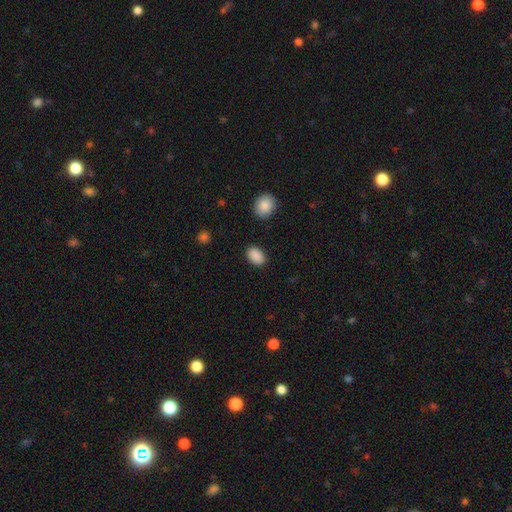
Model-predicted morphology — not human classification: type=smooth (89%); roundness=in between (83%); merging=none (88%).